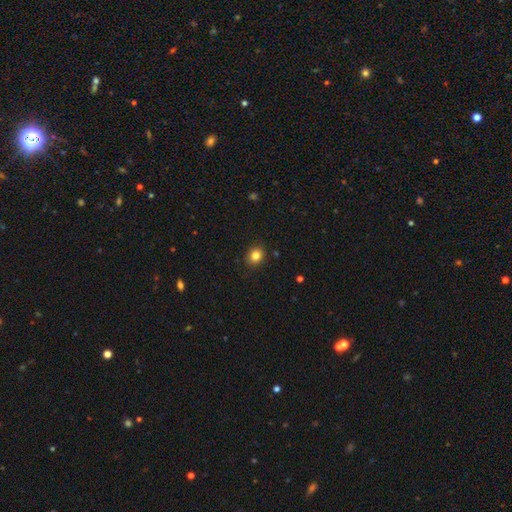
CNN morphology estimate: smooth 83%, star or artifact 11%, featured or disk 6%. Down the decision tree: how rounded — round (65%); merging — none (88%).